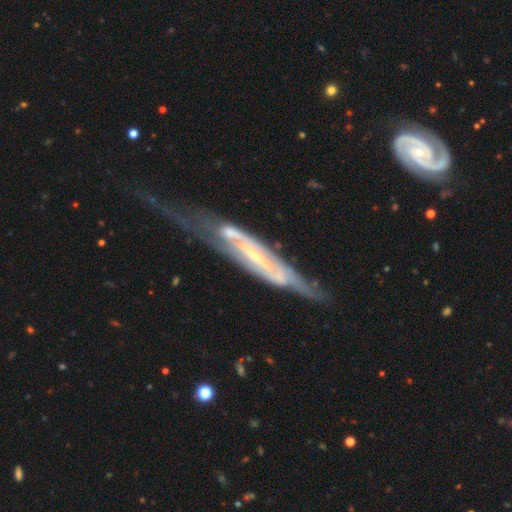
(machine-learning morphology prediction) Smooth or featured?
  - featured or disk: 81% *
  - smooth: 13%
  - star or artifact: 6%
Edge-on disk?
  - no: 55% *
  - yes: 45%
Merging?
  - major disturbance: 35% *
  - none: 34%
  - minor disturbance: 23%
  - merger: 8%